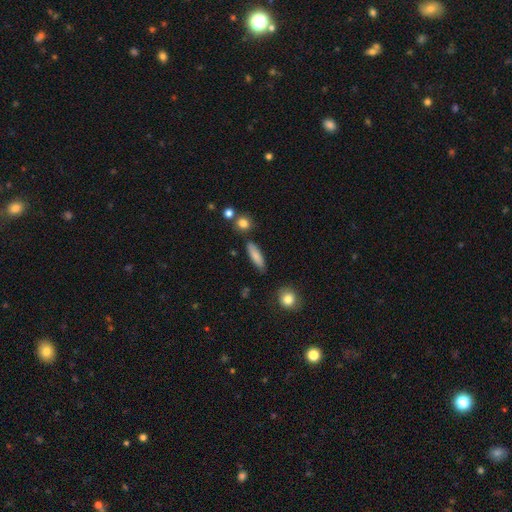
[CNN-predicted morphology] This appears to be a smooth galaxy with no disk features (84%) that is cigar-shaped (59%). Merging: none (83%).